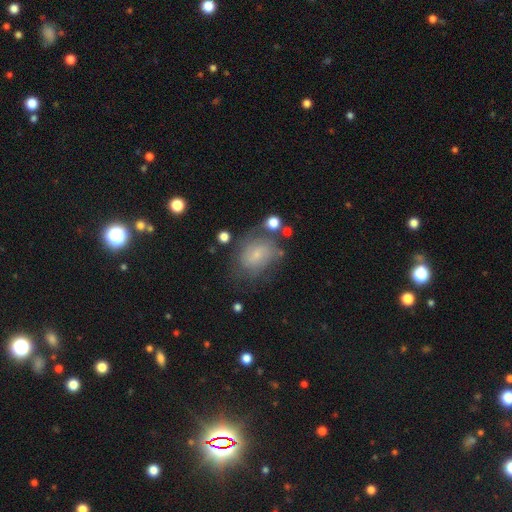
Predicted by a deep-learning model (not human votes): This appears to be a featured or disk galaxy (47%). Merging: none (53%).